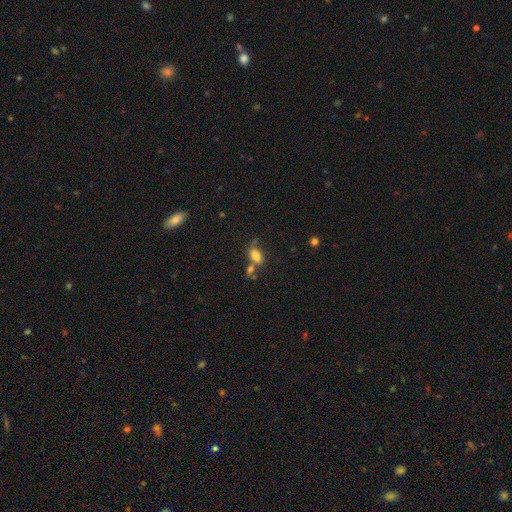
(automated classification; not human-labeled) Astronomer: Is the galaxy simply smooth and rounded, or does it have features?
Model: smooth — 79%.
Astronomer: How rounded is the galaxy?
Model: in between — 86%.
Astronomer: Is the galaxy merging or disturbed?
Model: none — 47% (runner-up: merger, 32%).